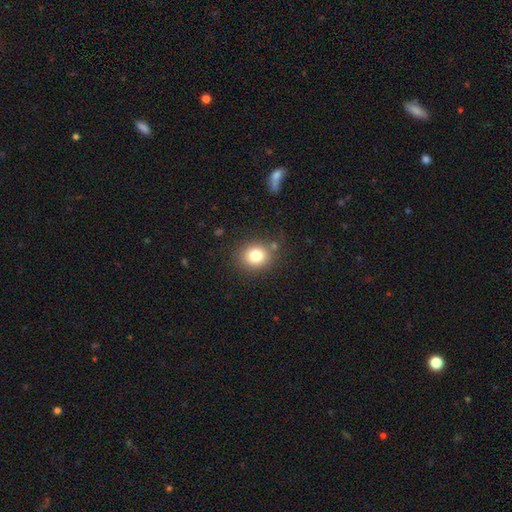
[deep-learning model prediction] Smooth or featured? smooth (80%)
How rounded? round (71%)
Merging? none (81%)